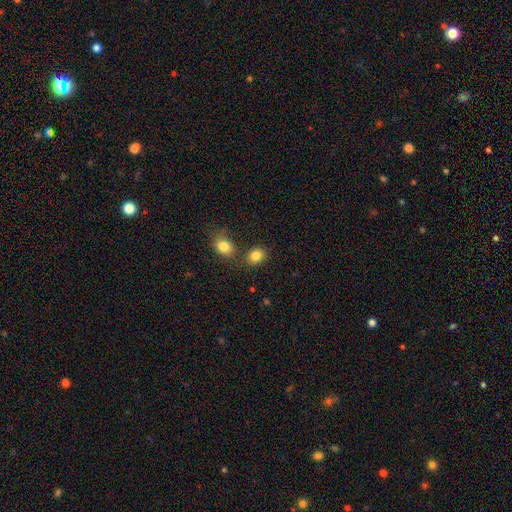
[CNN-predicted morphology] Smooth or featured?
  - smooth: 83% *
  - star or artifact: 10%
  - featured or disk: 6%
How rounded?
  - in between: 54% *
  - round: 45%
  - cigar-shaped: 1%
Merging?
  - none: 69% *
  - merger: 18%
  - minor disturbance: 11%
  - major disturbance: 3%